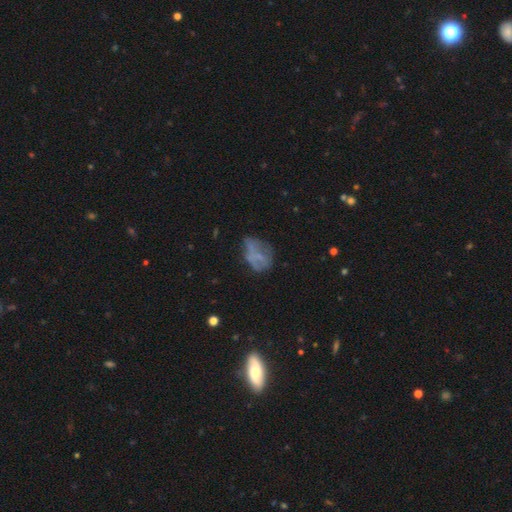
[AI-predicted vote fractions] Morphology: type=smooth (42%); merging=none (45%).